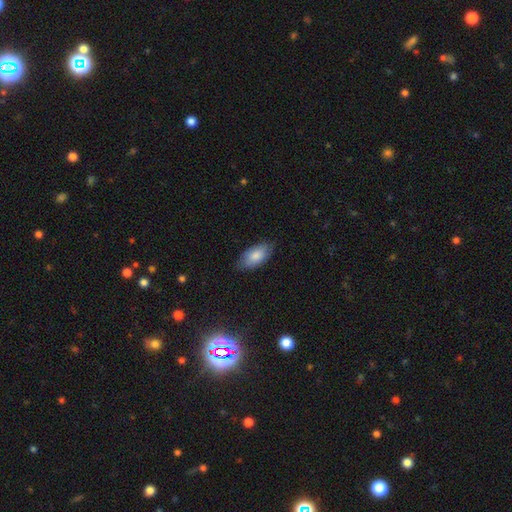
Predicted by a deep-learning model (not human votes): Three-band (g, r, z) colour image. It shows a smooth galaxy with no disk features (82%) that is in between round and cigar-shaped (93%). Merging: none (78%).